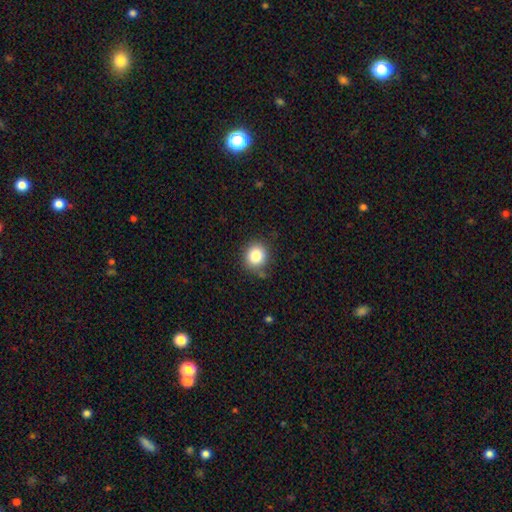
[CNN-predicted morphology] Overall: smooth (84%). How rounded: round (83%). Merging: none (82%).